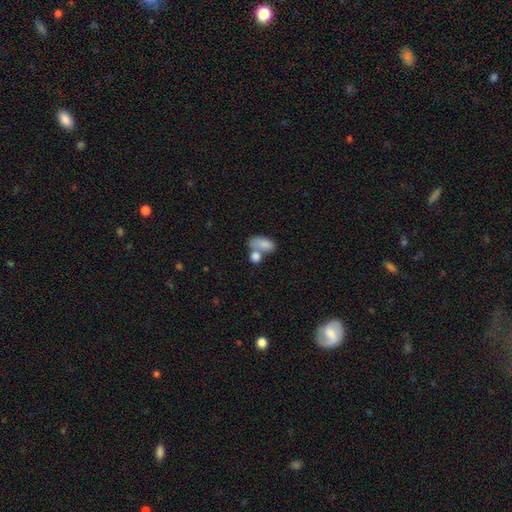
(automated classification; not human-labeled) smooth_or_featured: smooth (p=0.71) [alt: featured or disk p=0.17]
how_rounded: in between (p=0.78) [alt: round p=0.15]
merging: merger (p=0.45) [alt: none p=0.37]